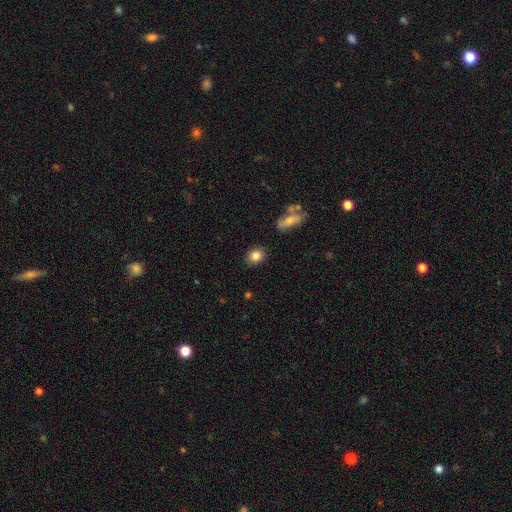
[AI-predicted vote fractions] smooth_or_featured: smooth (p=0.84) [alt: star or artifact p=0.09]
how_rounded: round (p=0.68) [alt: in between p=0.30]
merging: none (p=0.88) [alt: minor disturbance p=0.08]